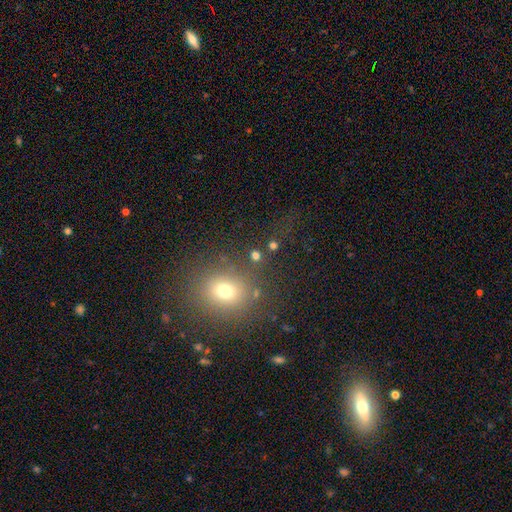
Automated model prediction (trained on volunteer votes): A smooth galaxy with no disk features (71%) that is round (80%).

Vote fractions:
- Smooth or featured? smooth: 71% / star or artifact: 21% / featured or disk: 8%
- How rounded? round: 80% / in between: 18% / cigar-shaped: 2%
- Merging? none: 80% / minor disturbance: 8% / merger: 7% / major disturbance: 5%